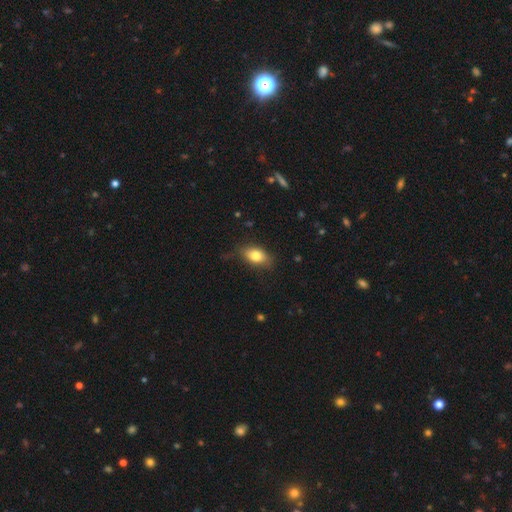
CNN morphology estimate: smooth 78%, featured or disk 14%, star or artifact 8%. Down the decision tree: how rounded — in between (85%); merging — none (72%).